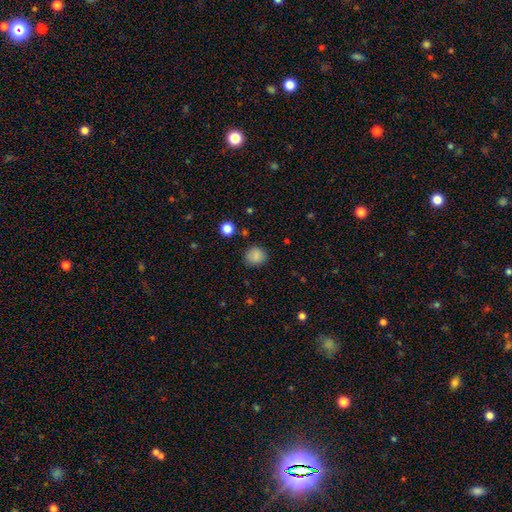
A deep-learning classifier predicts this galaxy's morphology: type=smooth (85%); roundness=round (83%); merging=none (84%).